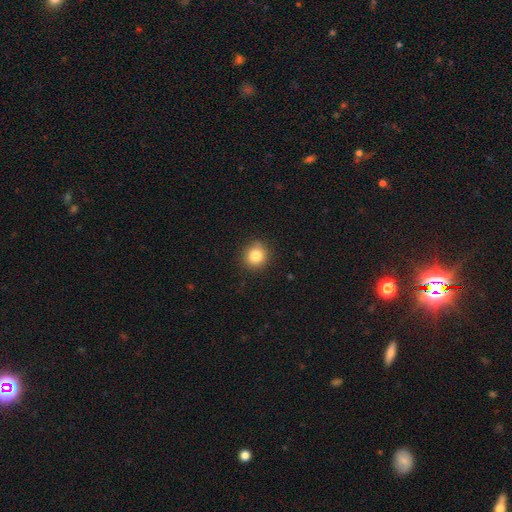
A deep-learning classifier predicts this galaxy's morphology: A smooth galaxy with no disk features (83%) that is round (86%).

Vote fractions:
- Smooth or featured? smooth: 83% / star or artifact: 10% / featured or disk: 6%
- How rounded? round: 86% / in between: 13% / cigar-shaped: 1%
- Merging? none: 88% / minor disturbance: 9% / major disturbance: 2% / merger: 1%